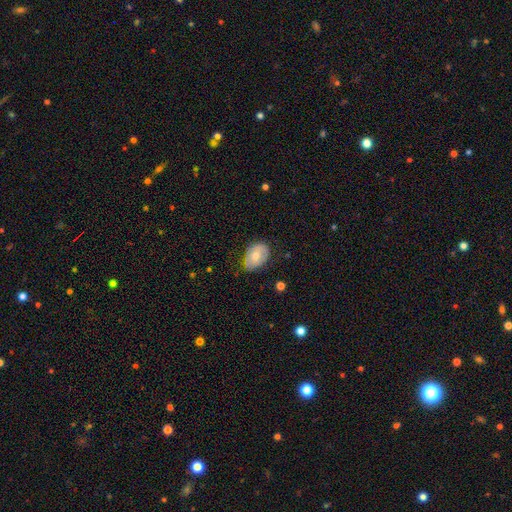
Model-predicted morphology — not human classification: type=smooth (59%); roundness=in between (78%); merging=none (62%).